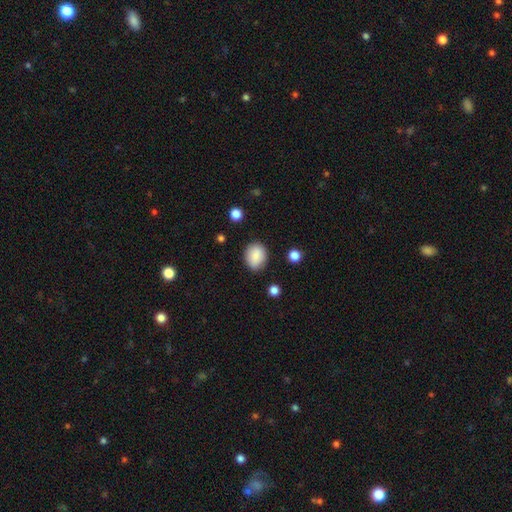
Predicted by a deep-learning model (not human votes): Smooth or featured? Predicted: smooth (p=0.86). How rounded? Predicted: round (p=0.51). Merging? Predicted: none (p=0.82).